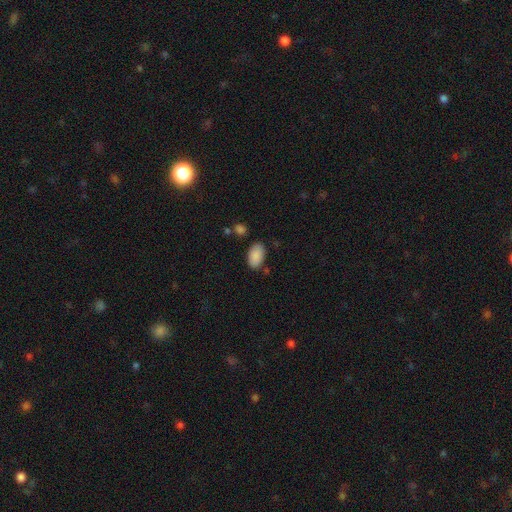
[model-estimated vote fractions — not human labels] smooth-or-featured: smooth: 89% | star or artifact: 7% | featured or disk: 4%
  how-rounded: in between: 94% | round: 5% | cigar-shaped: 1%
  merging: none: 80% | minor disturbance: 13% | merger: 4% | major disturbance: 3%